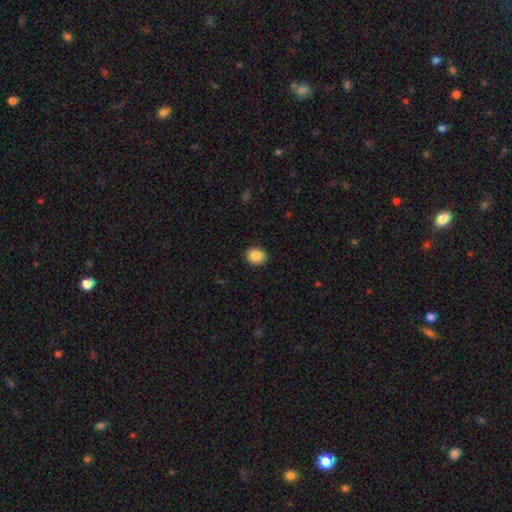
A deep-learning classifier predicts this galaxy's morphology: Smooth or featured?
  - smooth: 88% *
  - star or artifact: 8%
  - featured or disk: 4%
How rounded?
  - round: 59% *
  - in between: 40%
  - cigar-shaped: 1%
Merging?
  - none: 90% *
  - minor disturbance: 7%
  - major disturbance: 2%
  - merger: 1%